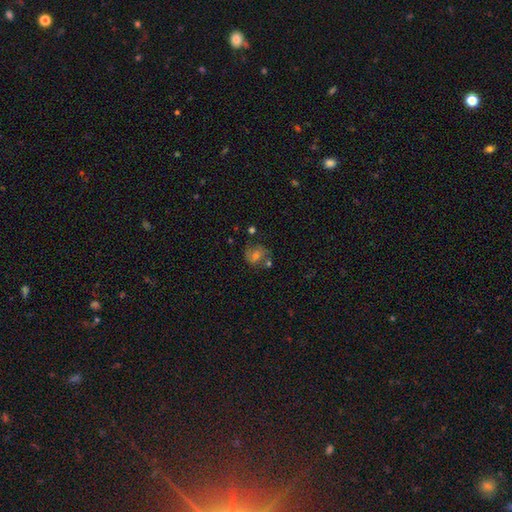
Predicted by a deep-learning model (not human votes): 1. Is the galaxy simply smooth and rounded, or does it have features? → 49% featured or disk, 31% smooth, 20% star or artifact.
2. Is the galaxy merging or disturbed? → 68% none, 16% minor disturbance, 8% merger, 8% major disturbance.